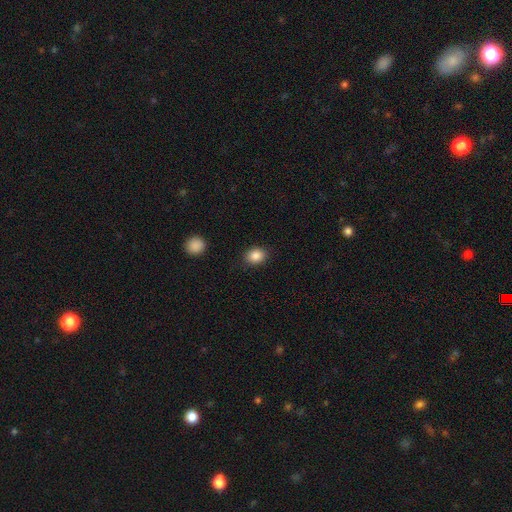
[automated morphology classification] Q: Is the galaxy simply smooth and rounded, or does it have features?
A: smooth — 86%.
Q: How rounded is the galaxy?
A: round — 54%.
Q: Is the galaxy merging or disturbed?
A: none — 87%.